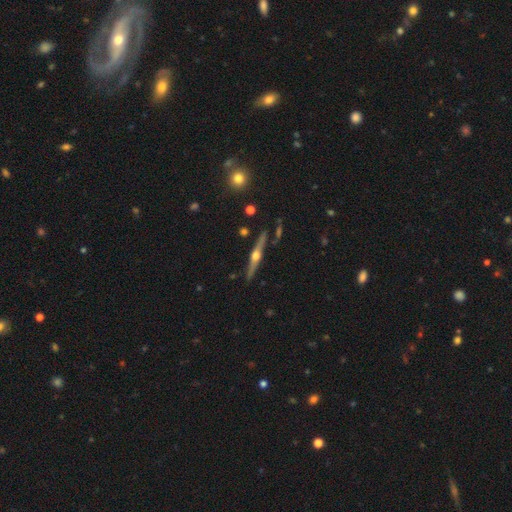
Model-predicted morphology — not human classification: Q: Smooth or featured?
A: featured or disk (80%); runner-up: smooth (14%)
Q: Edge-on disk?
A: yes (98%); runner-up: no (2%)
Q: Edge-on bulge?
A: rounded (95%); runner-up: boxy (3%)
Q: Merging?
A: none (88%); runner-up: minor disturbance (8%)